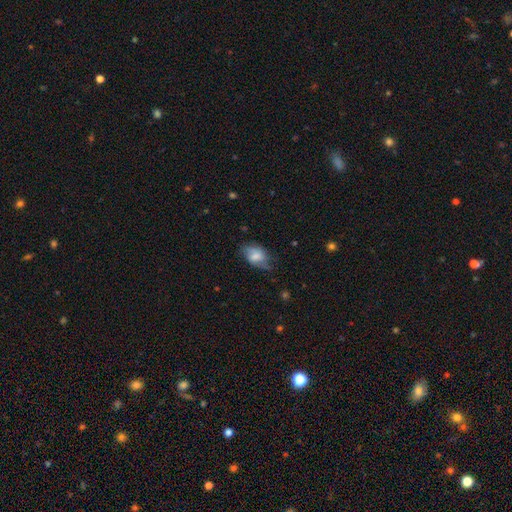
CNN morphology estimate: A smooth galaxy with no disk features (57%) that is in between round and cigar-shaped (86%).

Vote fractions:
- Smooth or featured? smooth: 57% / featured or disk: 35% / star or artifact: 8%
- How rounded? in between: 86% / round: 12% / cigar-shaped: 2%
- Merging? none: 53% / minor disturbance: 33% / major disturbance: 13% / merger: 2%